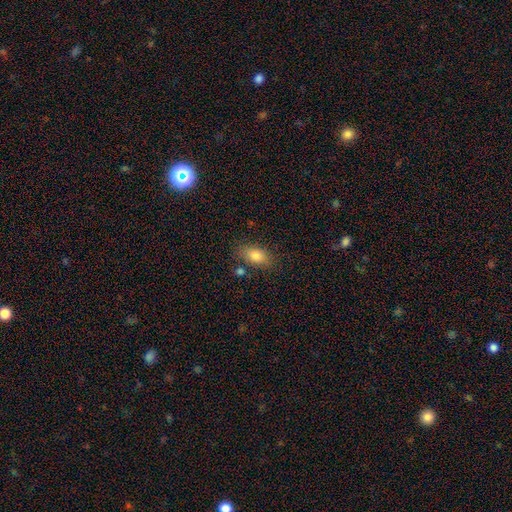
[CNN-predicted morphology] The model was most divided on "merging": none: 77%, minor disturbance: 14%, merger: 6%, major disturbance: 4%. More confident: how rounded — in between (88%); smooth or featured — smooth (82%).